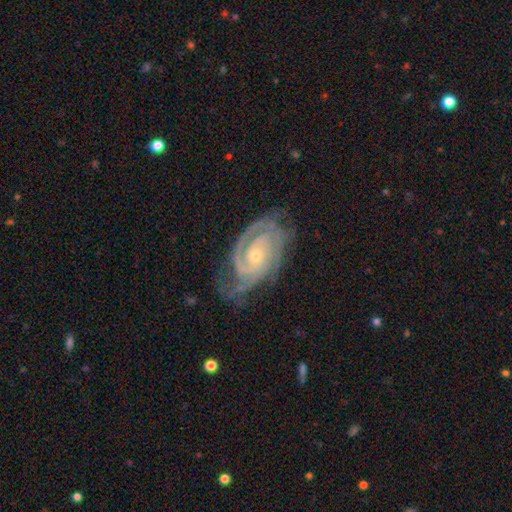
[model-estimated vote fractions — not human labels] A featured or disk galaxy (92%) with no bar (69%), 2 (48%) tight (72%) spiral arms (98%) and a small central bulge (67%). Merging: none (70%).